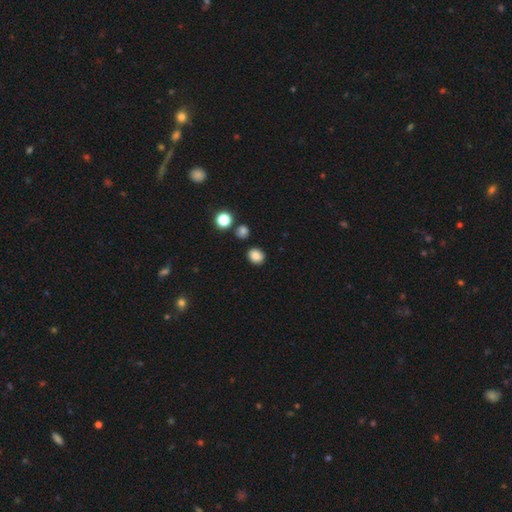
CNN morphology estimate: A smooth galaxy with no disk features (85%) that is round (57%). Merging: none (84%).